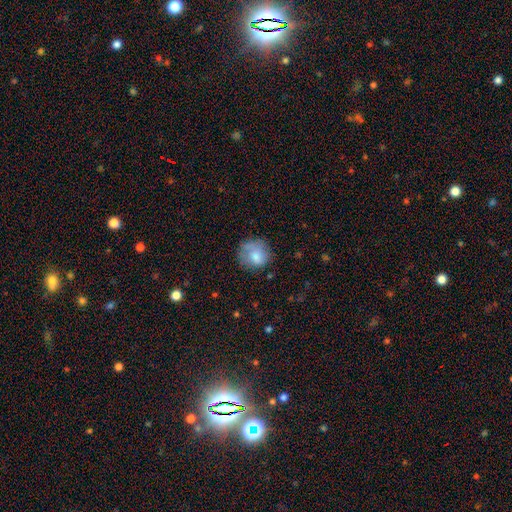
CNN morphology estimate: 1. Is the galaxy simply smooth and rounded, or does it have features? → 72% smooth, 20% featured or disk, 8% star or artifact.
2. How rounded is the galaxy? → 79% round, 20% in between, 1% cigar-shaped.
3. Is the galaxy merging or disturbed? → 56% none, 25% minor disturbance, 16% major disturbance, 3% merger.